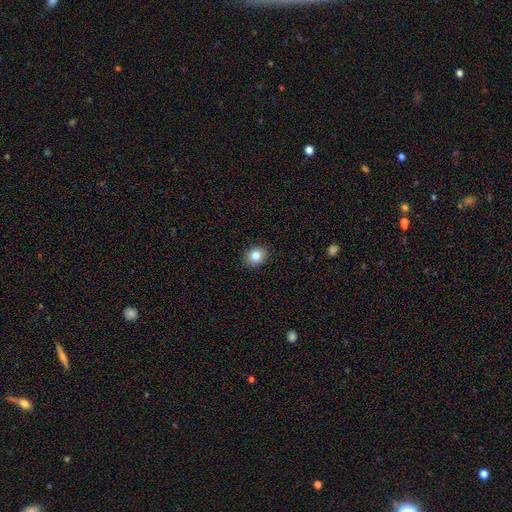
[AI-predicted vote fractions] smooth-or-featured: smooth: 83% | star or artifact: 10% | featured or disk: 7%
  how-rounded: round: 53% | in between: 46% | cigar-shaped: 1%
  merging: none: 90% | minor disturbance: 7% | major disturbance: 2% | merger: 1%